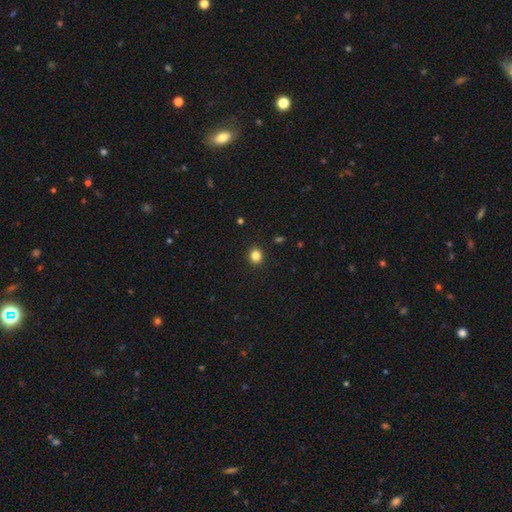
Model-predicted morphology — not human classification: The model was most divided on "how rounded": round: 80%, in between: 19%, cigar-shaped: 1%. More confident: merging — none (92%); smooth or featured — smooth (83%).